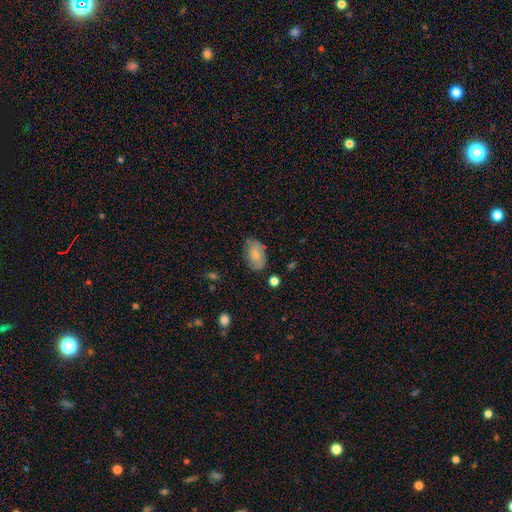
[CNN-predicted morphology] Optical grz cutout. It shows a smooth galaxy with no disk features (73%) that is in between round and cigar-shaped (89%). Merging: none (72%).